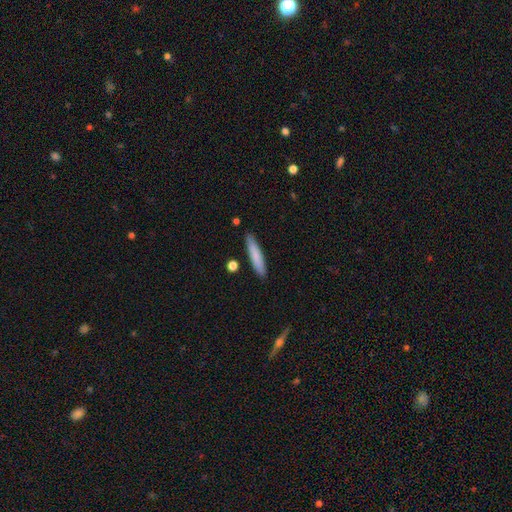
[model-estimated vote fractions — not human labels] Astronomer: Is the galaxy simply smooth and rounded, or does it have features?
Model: smooth — 80%.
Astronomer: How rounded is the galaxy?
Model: cigar-shaped — 89%.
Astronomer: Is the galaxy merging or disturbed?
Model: none — 87%.